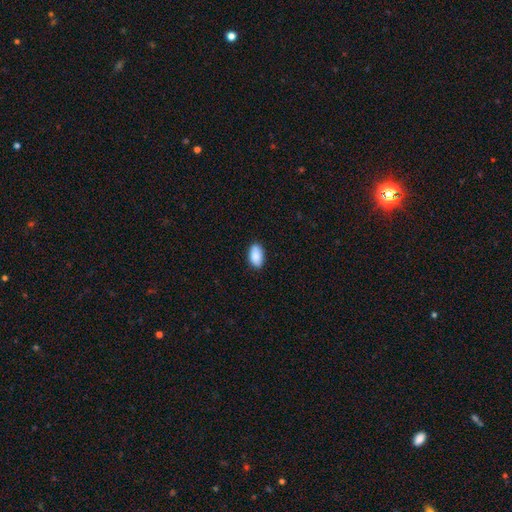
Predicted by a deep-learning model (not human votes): Q: Smooth or featured?
A: smooth (88%); runner-up: star or artifact (7%)
Q: How rounded?
A: in between (93%); runner-up: round (4%)
Q: Merging?
A: none (85%); runner-up: minor disturbance (12%)